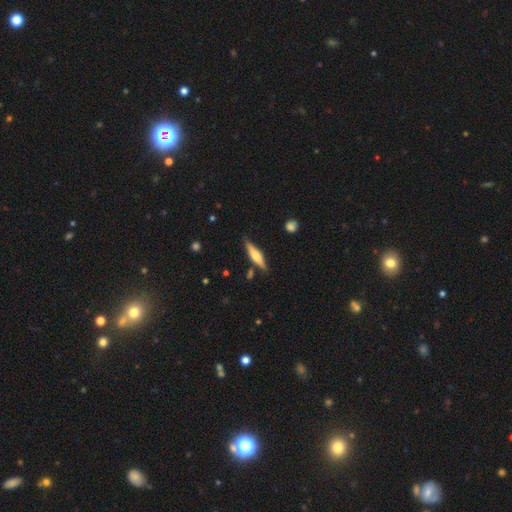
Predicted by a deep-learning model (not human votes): This is possibly a featured or disk galaxy (56%). It is clearly viewed edge-on (95%). Edge-on bulge: clearly rounded (87%). Merging: clearly none (84%).